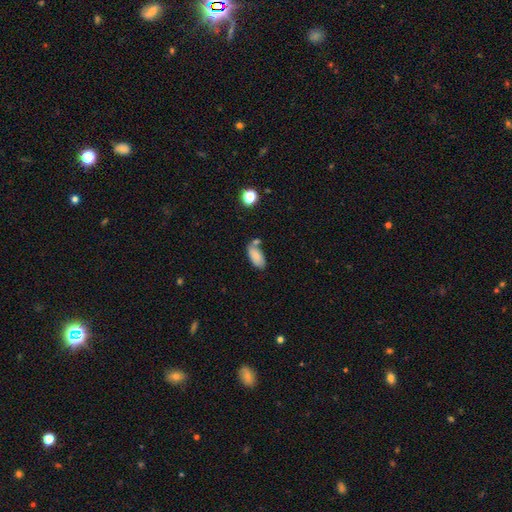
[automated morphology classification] type=smooth (81%); roundness=in between (90%); merging=none (55%).